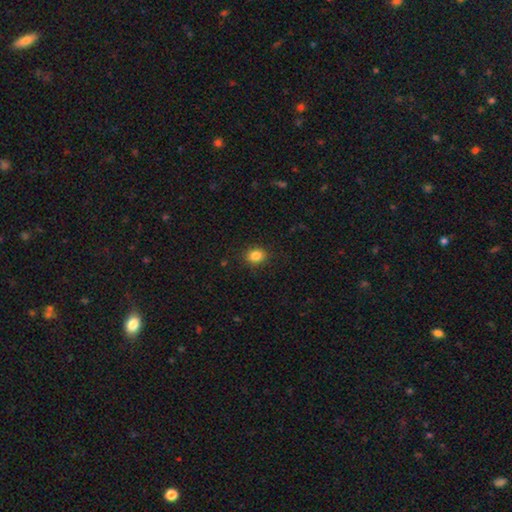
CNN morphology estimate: A smooth galaxy with no disk features (85%) that is round (62%).

Vote fractions:
- Smooth or featured? smooth: 85% / star or artifact: 11% / featured or disk: 5%
- How rounded? round: 62% / in between: 38% / cigar-shaped: 1%
- Merging? none: 89% / minor disturbance: 8% / major disturbance: 2% / merger: 1%